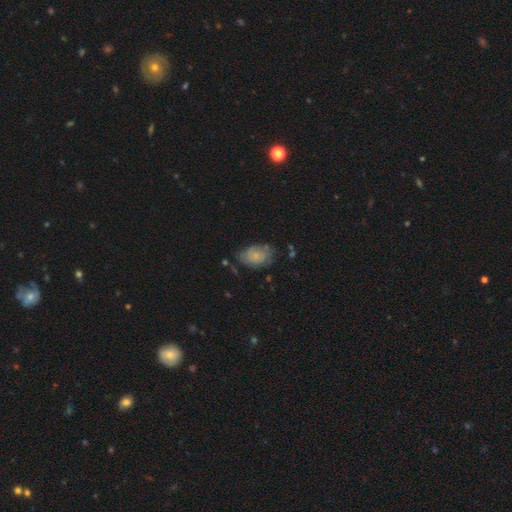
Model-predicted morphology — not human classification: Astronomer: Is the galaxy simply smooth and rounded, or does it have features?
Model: smooth — 54% (runner-up: featured or disk, 38%).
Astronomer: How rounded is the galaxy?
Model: in between — 85%.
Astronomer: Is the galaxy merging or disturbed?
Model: none — 59%.